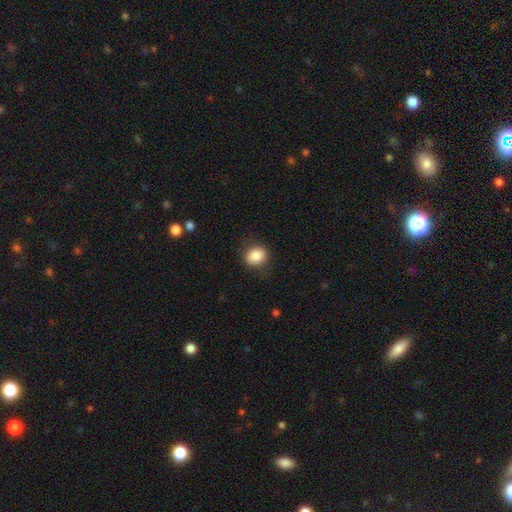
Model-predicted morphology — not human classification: The model was most divided on "how rounded": round: 65%, in between: 34%, cigar-shaped: 1%. More confident: smooth or featured — smooth (86%); merging — none (84%).